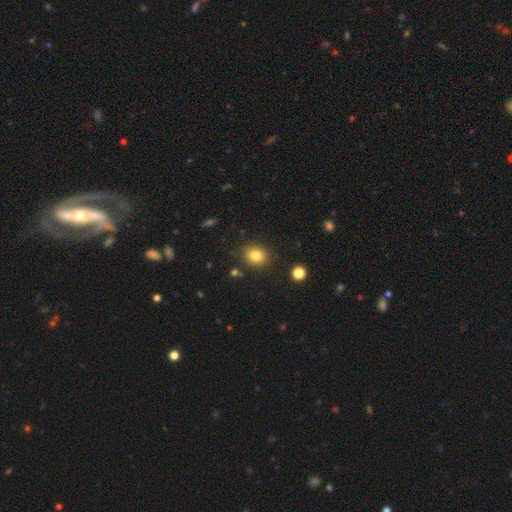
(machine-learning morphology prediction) type=smooth (80%); roundness=round (77%); merging=none (87%).